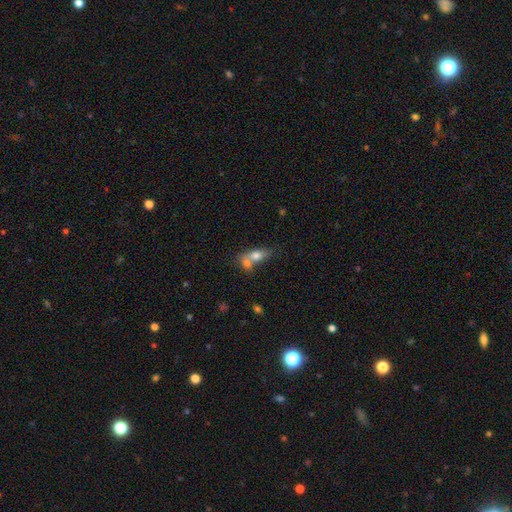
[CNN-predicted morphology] Smooth or featured?
  - smooth: 71% *
  - featured or disk: 21%
  - star or artifact: 8%
How rounded?
  - in between: 74% *
  - cigar-shaped: 14%
  - round: 12%
Merging?
  - merger: 62% *
  - none: 25%
  - minor disturbance: 8%
  - major disturbance: 5%